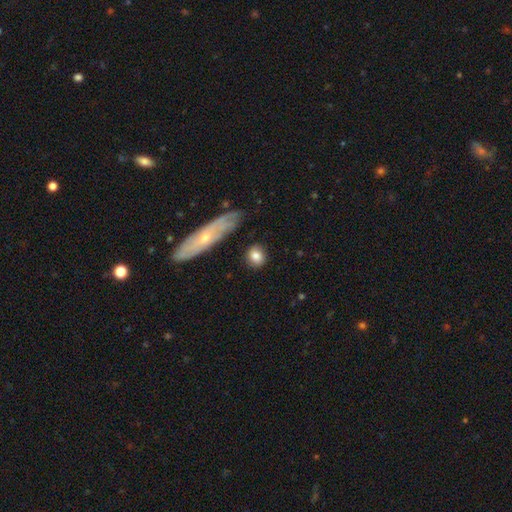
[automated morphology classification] Q: Smooth or featured?
A: smooth (80%); runner-up: featured or disk (13%)
Q: How rounded?
A: round (68%); runner-up: in between (27%)
Q: Merging?
A: none (84%); runner-up: minor disturbance (11%)